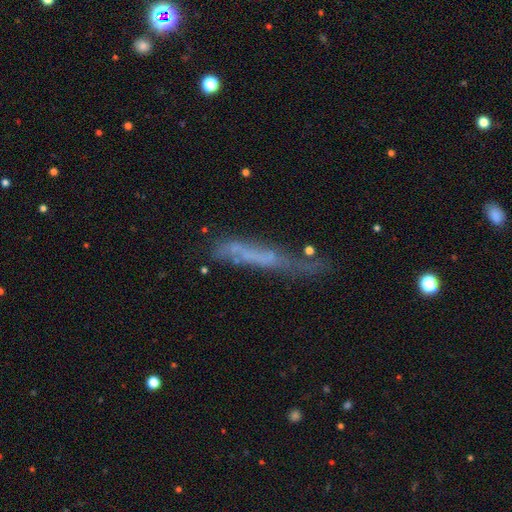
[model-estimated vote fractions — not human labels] featured or disk 45%, smooth 43%, star or artifact 13%. Down the decision tree: merging — none (46%).